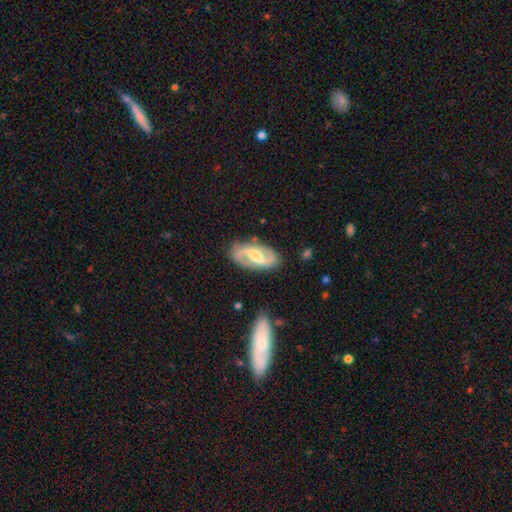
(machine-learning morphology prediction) smooth-or-featured: featured or disk: 85% | smooth: 11% | star or artifact: 4%
  disk-edge-on: no: 96% | yes: 4%
    bar: weak: 43% | strong: 40% | no: 17%
    has-spiral-arms: yes: 92% | no: 8%
      spiral-winding: medium: 52% | loose: 26% | tight: 22%
      spiral-arm-count: 2: 92% | can't tell: 4% | 1: 2% | 3: 1% | 4: 1% | more than 4: 1%
    bulge-size: moderate: 58% | large: 19% | small: 17% | none: 4% | dominant: 2%
  merging: none: 81% | minor disturbance: 13% | major disturbance: 4% | merger: 2%